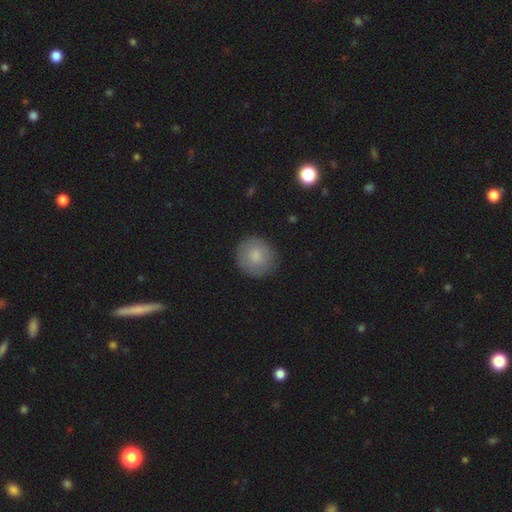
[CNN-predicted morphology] smooth-or-featured: smooth: 80% | featured or disk: 13% | star or artifact: 7%
  how-rounded: round: 90% | in between: 9% | cigar-shaped: 1%
  merging: none: 86% | minor disturbance: 10% | major disturbance: 3% | merger: 1%